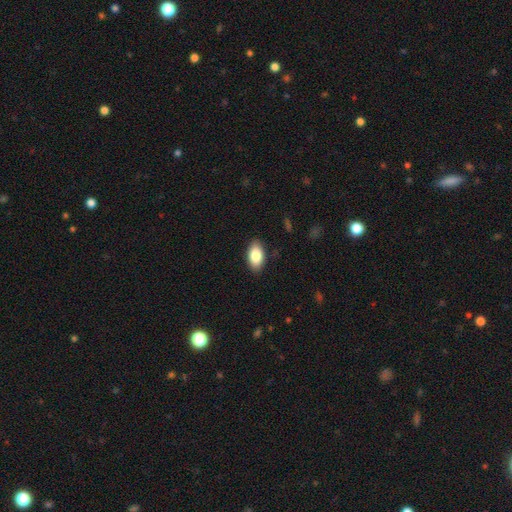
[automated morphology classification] Smooth or featured? Predicted: smooth (p=0.85). How rounded? Predicted: in between (p=0.93). Merging? Predicted: none (p=0.88).